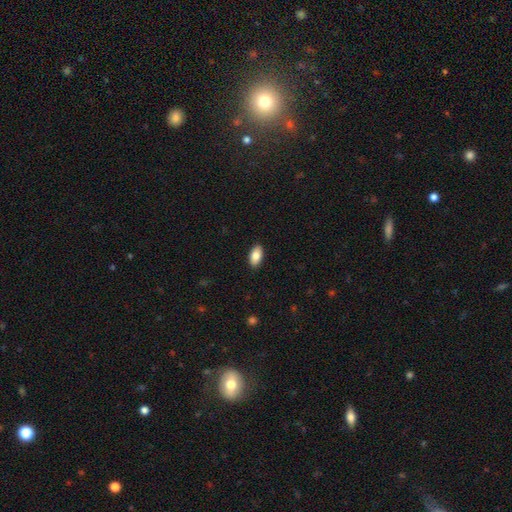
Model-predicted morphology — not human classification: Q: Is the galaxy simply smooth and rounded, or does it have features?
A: smooth — 85%.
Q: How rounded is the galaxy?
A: in between — 93%.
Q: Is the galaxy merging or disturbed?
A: none — 90%.